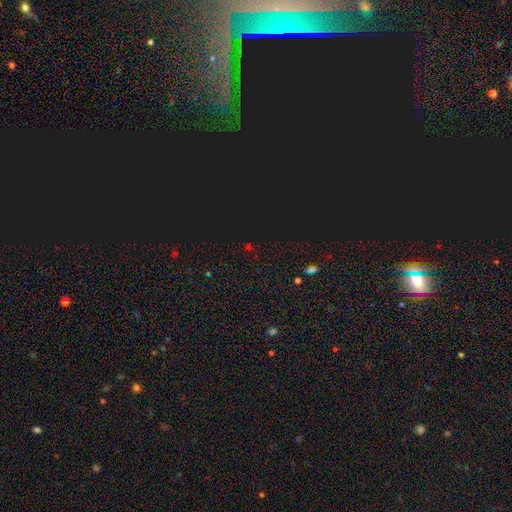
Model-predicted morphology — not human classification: This is likely a star or artifact rather than a galaxy (72%).